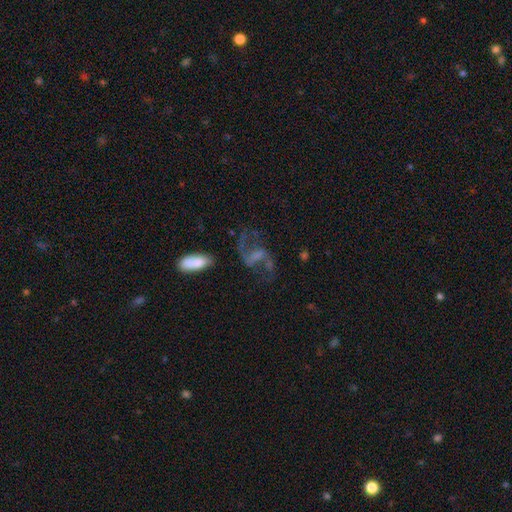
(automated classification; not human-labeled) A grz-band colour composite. It shows a featured or disk galaxy (76%) with a weak bar (45%), 2 (88%) loose (64%) spiral arms (88%) and no central bulge (43%). Merging: none (56%).